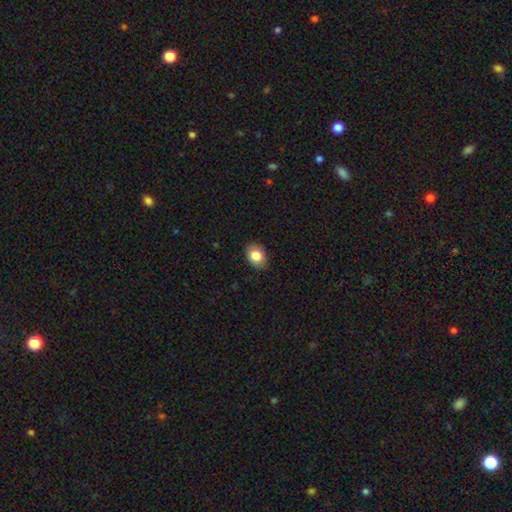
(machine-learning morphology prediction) type=smooth (82%); roundness=in between (68%); merging=none (85%).